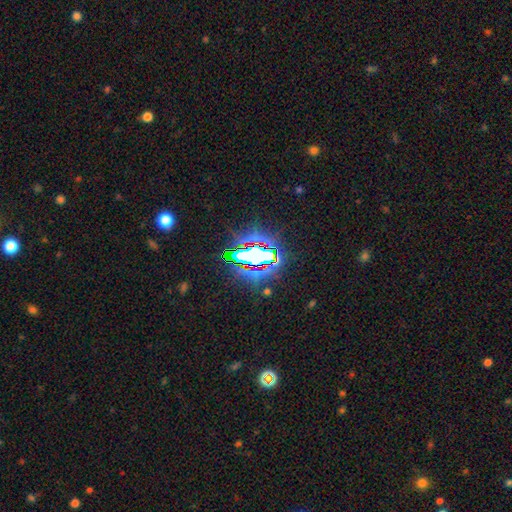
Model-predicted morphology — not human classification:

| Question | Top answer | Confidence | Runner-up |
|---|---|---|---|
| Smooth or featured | star or artifact | 69% | smooth (19%) |